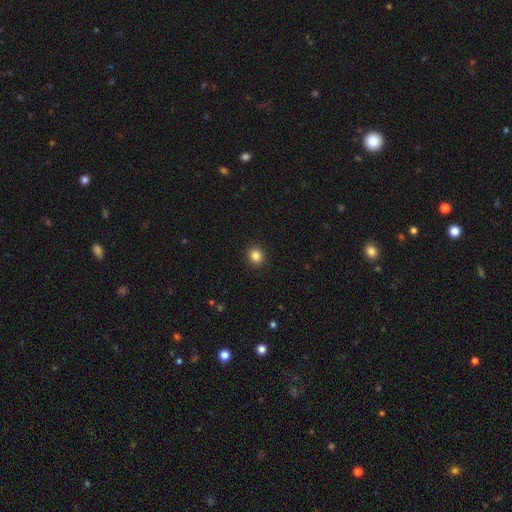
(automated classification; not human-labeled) A smooth galaxy with no disk features (84%) that is round (82%).

Vote fractions:
- Smooth or featured? smooth: 84% / star or artifact: 11% / featured or disk: 5%
- How rounded? round: 82% / in between: 17% / cigar-shaped: 1%
- Merging? none: 92% / minor disturbance: 5% / major disturbance: 2% / merger: 1%